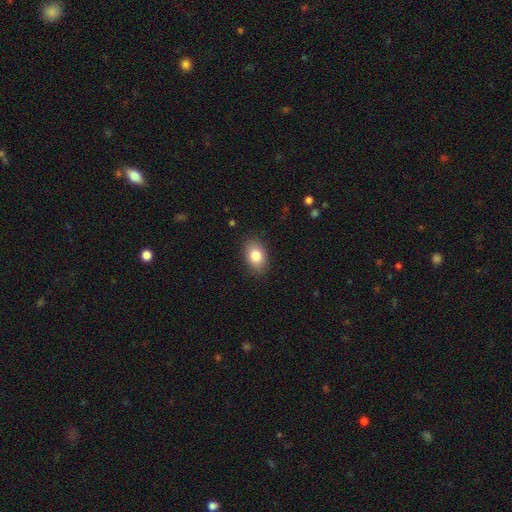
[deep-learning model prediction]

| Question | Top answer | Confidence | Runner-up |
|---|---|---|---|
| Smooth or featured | smooth | 82% | featured or disk (9%) |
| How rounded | in between | 81% | round (18%) |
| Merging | none | 88% | minor disturbance (9%) |